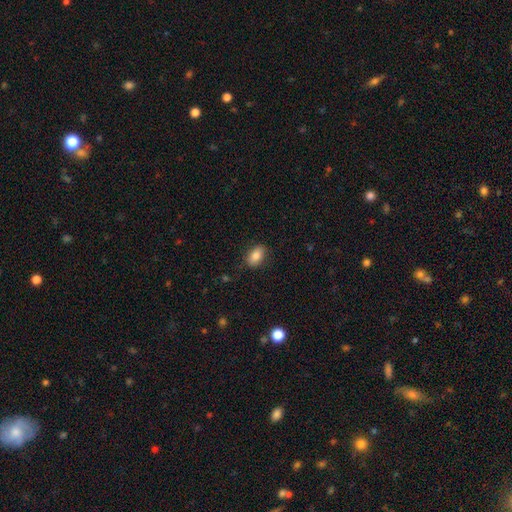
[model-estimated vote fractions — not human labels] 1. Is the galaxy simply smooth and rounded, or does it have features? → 83% smooth, 9% featured or disk, 8% star or artifact.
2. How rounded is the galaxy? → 88% in between, 10% round, 2% cigar-shaped.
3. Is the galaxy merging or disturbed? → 84% none, 12% minor disturbance, 3% major disturbance, 1% merger.